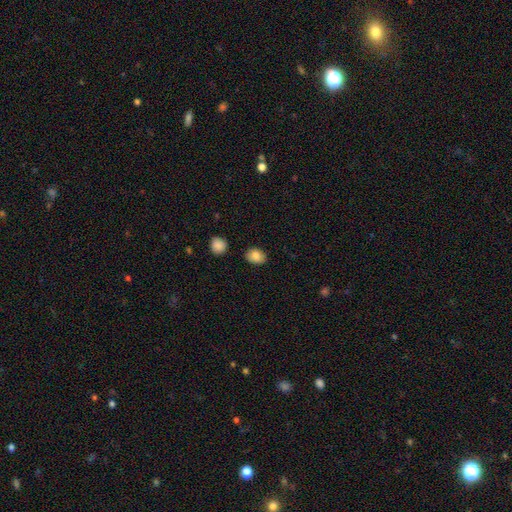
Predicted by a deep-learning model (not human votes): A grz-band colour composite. It shows a smooth galaxy with no disk features (84%) that is in between round and cigar-shaped (69%). Merging: none (85%).